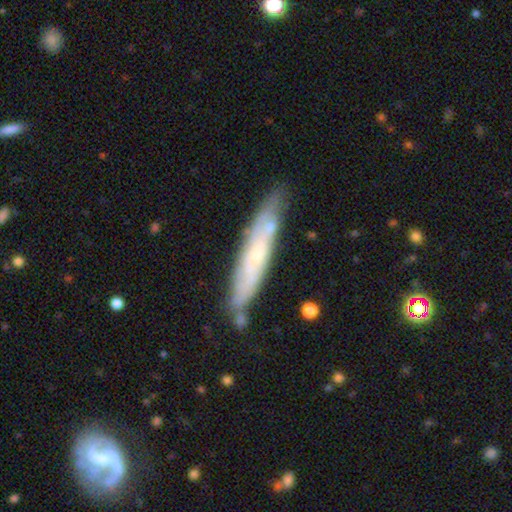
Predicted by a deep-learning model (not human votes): Overall: featured or disk (59%; smooth 35%). Edge-on disk: yes (58%; no 42%). Merging: none (74%).